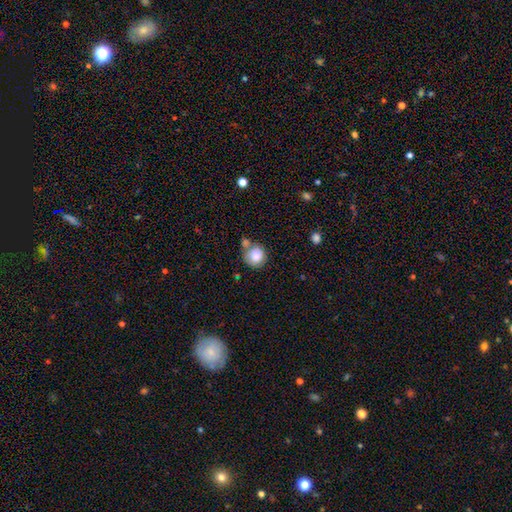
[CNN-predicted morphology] Smooth or featured?
  - smooth: 81% *
  - featured or disk: 11%
  - star or artifact: 8%
How rounded?
  - round: 88% *
  - in between: 11%
  - cigar-shaped: 1%
Merging?
  - none: 53% *
  - merger: 25%
  - minor disturbance: 16%
  - major disturbance: 6%